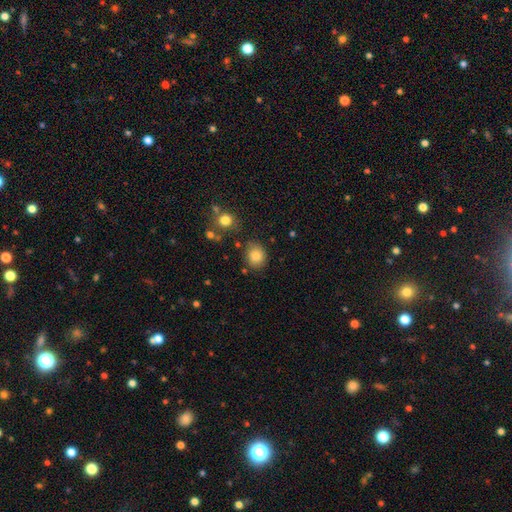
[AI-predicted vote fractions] Overall: smooth (84%). How rounded: round (75%). Merging: none (78%).